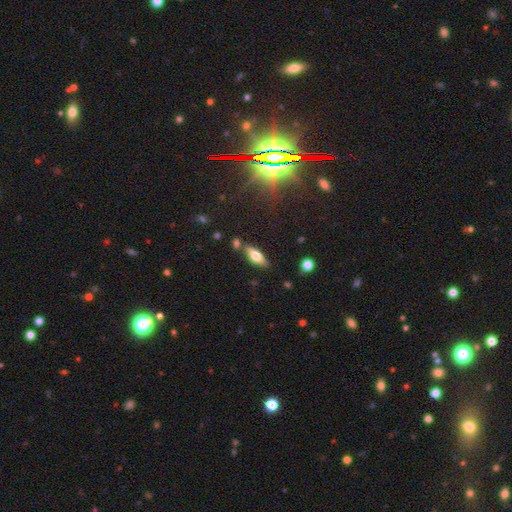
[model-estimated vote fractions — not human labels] This appears to be a smooth galaxy with no disk features (64%) that is in between round and cigar-shaped (67%). Merging: none (77%).